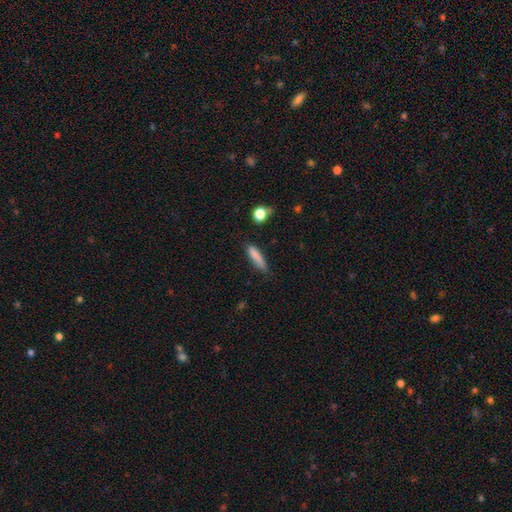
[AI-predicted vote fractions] The model was most divided on "merging": none: 66%, minor disturbance: 25%, major disturbance: 6%, merger: 3%. More confident: smooth or featured — smooth (83%); how rounded — cigar-shaped (74%).